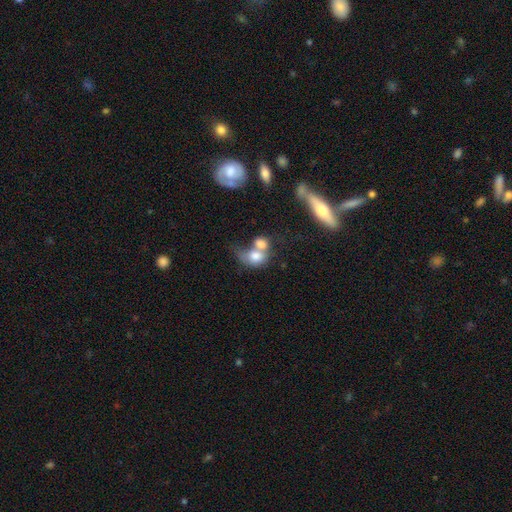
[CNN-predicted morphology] Q: Smooth or featured?
A: smooth (72%); runner-up: featured or disk (19%)
Q: How rounded?
A: in between (56%); runner-up: round (42%)
Q: Merging?
A: merger (69%); runner-up: none (16%)